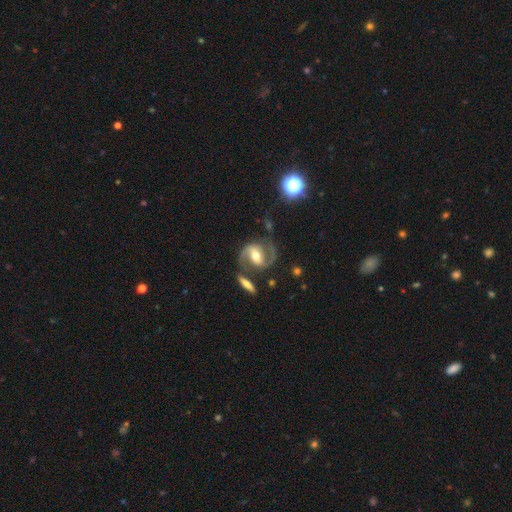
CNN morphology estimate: Smooth or featured?
  - featured or disk: 87% *
  - smooth: 8%
  - star or artifact: 5%
Edge-on disk?
  - no: 97% *
  - yes: 3%
Bar?
  - strong: 43% *
  - weak: 35%
  - no: 22%
Spiral arms?
  - yes: 96% *
  - no: 4%
Spiral winding?
  - medium: 58% *
  - tight: 21%
  - loose: 21%
Spiral arm count?
  - 2: 92% *
  - can't tell: 3%
  - 1: 3%
  - 3: 1%
  - 4: 1%
  - more than 4: 1%
Bulge size?
  - moderate: 70% *
  - small: 19%
  - large: 9%
  - none: 1%
  - dominant: 1%
Merging?
  - none: 68% *
  - minor disturbance: 15%
  - merger: 9%
  - major disturbance: 8%